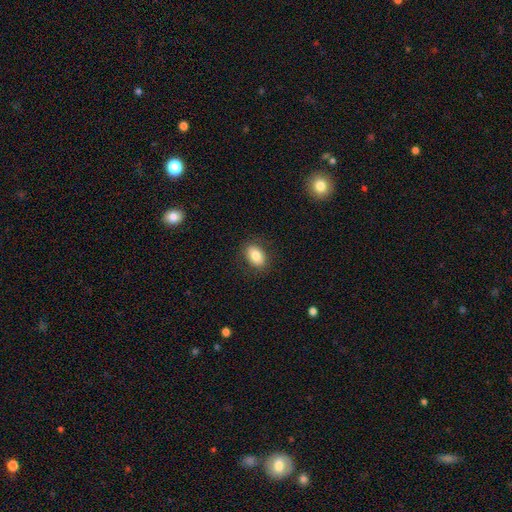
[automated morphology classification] Smooth or featured: smooth — 83% (featured or disk — 9%)
How rounded: in between — 83% (round — 16%)
Merging: none — 86% (minor disturbance — 10%)